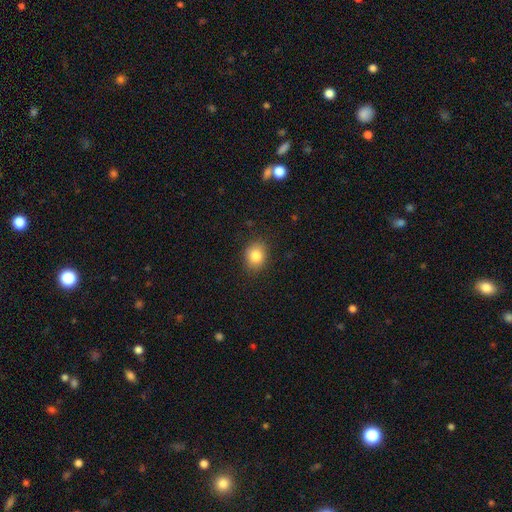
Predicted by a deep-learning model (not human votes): This appears to be a smooth galaxy with no disk features (83%) that is round (61%). Merging: none (86%).